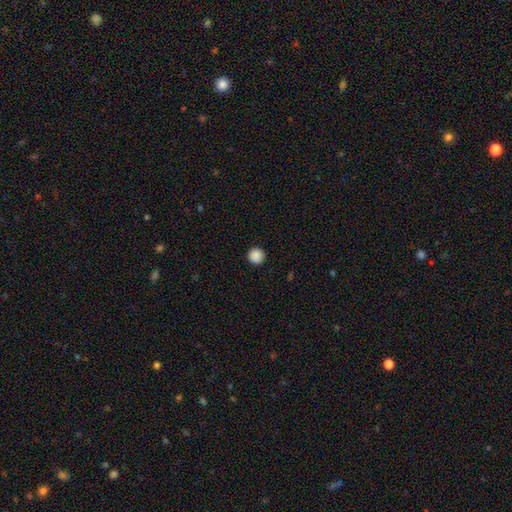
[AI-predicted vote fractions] The model was most divided on "smooth or featured": smooth: 89%, star or artifact: 9%, featured or disk: 3%. More confident: how rounded — round (96%); merging — none (92%).